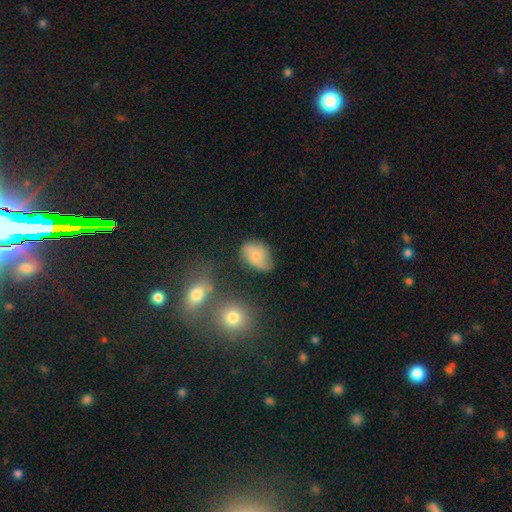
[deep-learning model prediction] The model was most divided on "merging": none: 60%, minor disturbance: 27%, major disturbance: 8%, merger: 5%. More confident: how rounded — in between (81%); smooth or featured — smooth (62%).